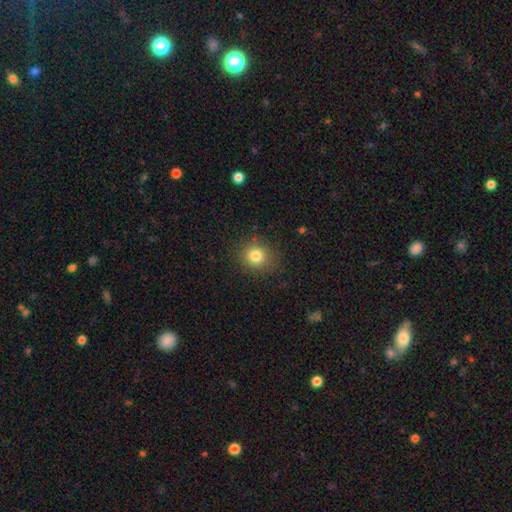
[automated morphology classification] Smooth or featured: smooth — 82% (star or artifact — 12%)
How rounded: round — 81% (in between — 19%)
Merging: none — 86% (minor disturbance — 10%)